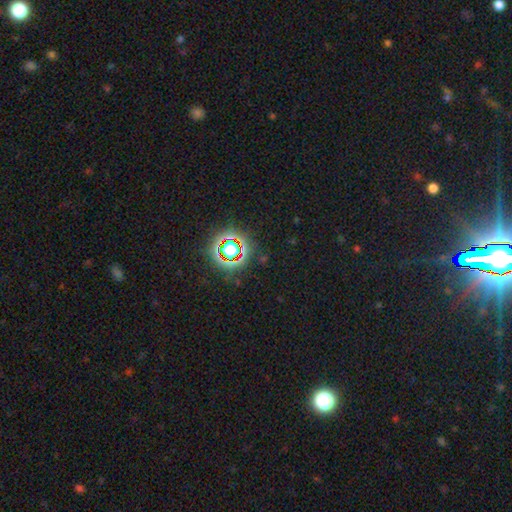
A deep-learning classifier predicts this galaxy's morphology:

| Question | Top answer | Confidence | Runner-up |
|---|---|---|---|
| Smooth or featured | star or artifact | 79% | smooth (13%) |